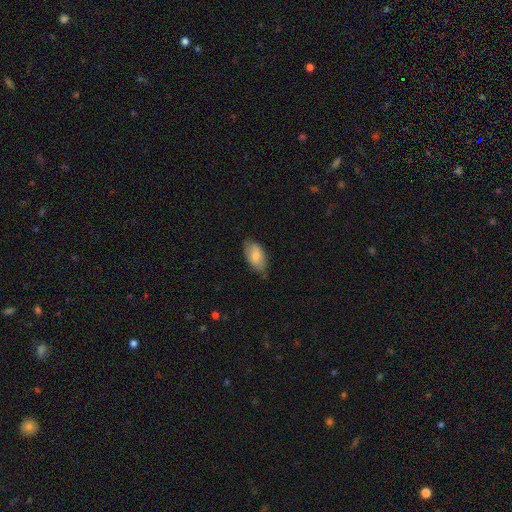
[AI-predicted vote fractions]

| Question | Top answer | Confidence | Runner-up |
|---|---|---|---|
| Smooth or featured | smooth | 80% | featured or disk (14%) |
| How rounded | in between | 93% | cigar-shaped (3%) |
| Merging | none | 72% | minor disturbance (23%) |